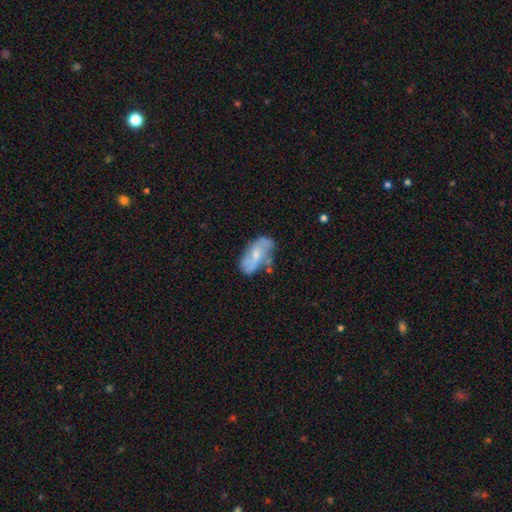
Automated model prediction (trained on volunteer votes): Overall: featured or disk (63%; smooth 30%). Edge-on disk: no (94%). Bar: no (51%; weak 38%). Spiral arms: yes (78%). Bulge size: small (48%; moderate 40%). Merging: none (53%; minor disturbance 28%).